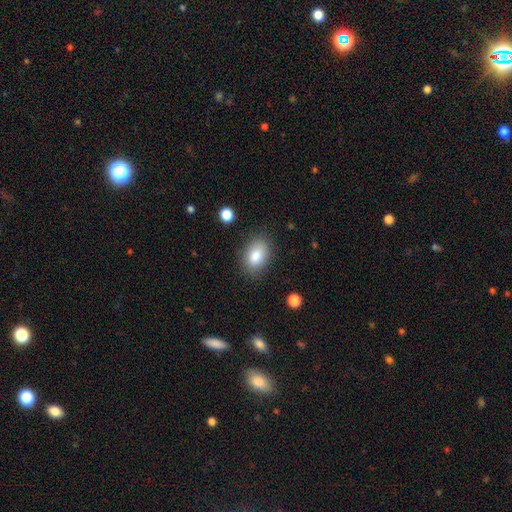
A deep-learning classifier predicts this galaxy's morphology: Overall: smooth (84%). How rounded: in between (84%). Merging: none (83%).